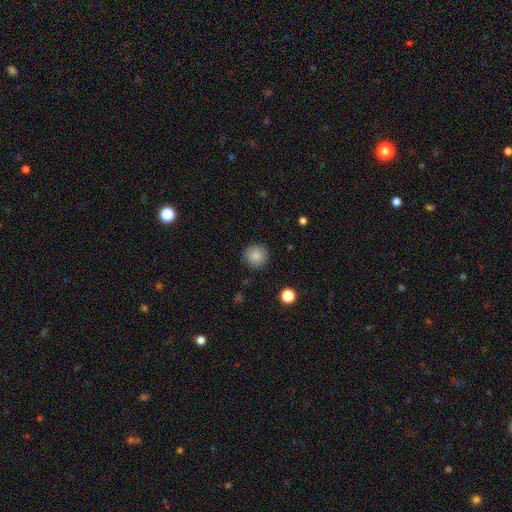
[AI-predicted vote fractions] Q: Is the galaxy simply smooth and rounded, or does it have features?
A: smooth — 87%.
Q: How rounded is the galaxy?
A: round — 95%.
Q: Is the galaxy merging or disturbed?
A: none — 91%.